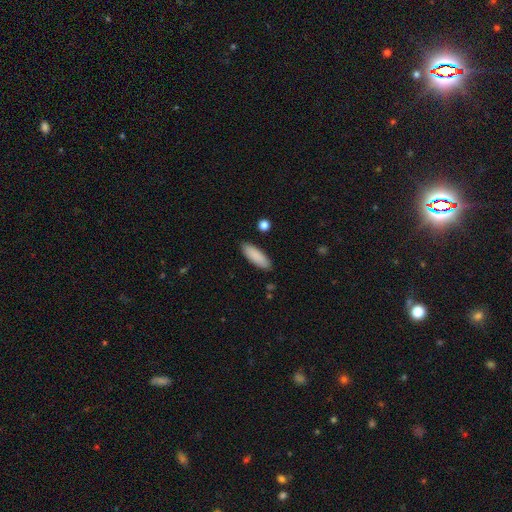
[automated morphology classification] The model was most divided on "how rounded": in between: 61%, cigar-shaped: 38%, round: 2%. More confident: smooth or featured — smooth (88%); merging — none (88%).